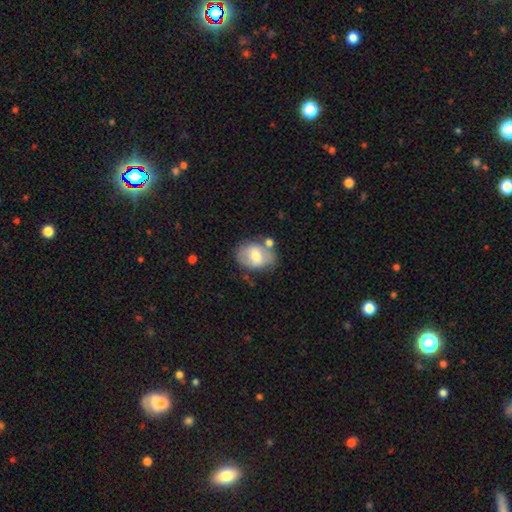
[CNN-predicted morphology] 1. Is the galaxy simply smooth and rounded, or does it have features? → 59% smooth, 34% featured or disk, 7% star or artifact.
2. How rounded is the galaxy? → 71% in between, 28% round, 1% cigar-shaped.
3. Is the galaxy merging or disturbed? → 61% none, 19% minor disturbance, 13% merger, 7% major disturbance.